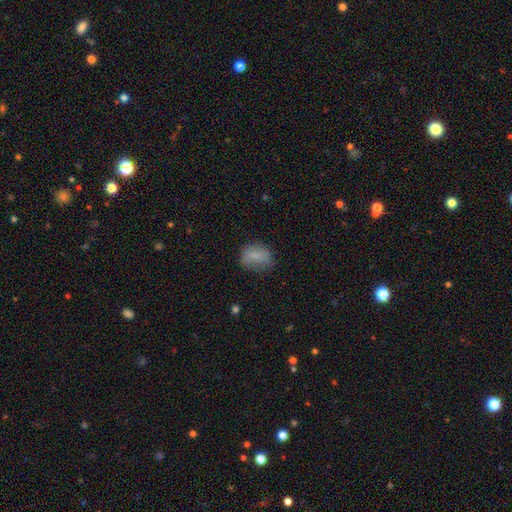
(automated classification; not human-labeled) smooth-or-featured: smooth: 75% | featured or disk: 15% | star or artifact: 10%
  how-rounded: in between: 66% | round: 32% | cigar-shaped: 2%
  merging: none: 59% | minor disturbance: 27% | major disturbance: 12% | merger: 2%